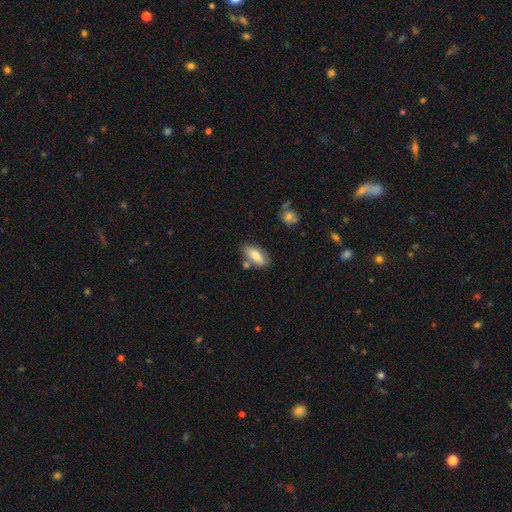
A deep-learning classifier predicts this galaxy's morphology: smooth-or-featured: smooth: 73% | featured or disk: 20% | star or artifact: 7%
  how-rounded: in between: 82% | cigar-shaped: 15% | round: 3%
  merging: none: 74% | minor disturbance: 13% | merger: 10% | major disturbance: 3%